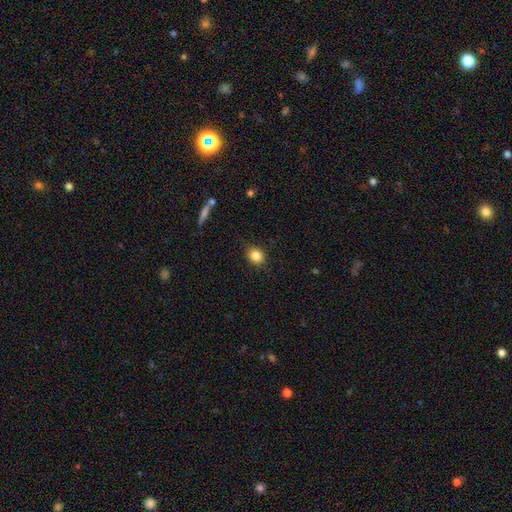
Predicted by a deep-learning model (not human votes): This is clearly a smooth galaxy (84%). How rounded: likely round (65%). Merging: clearly none (86%).